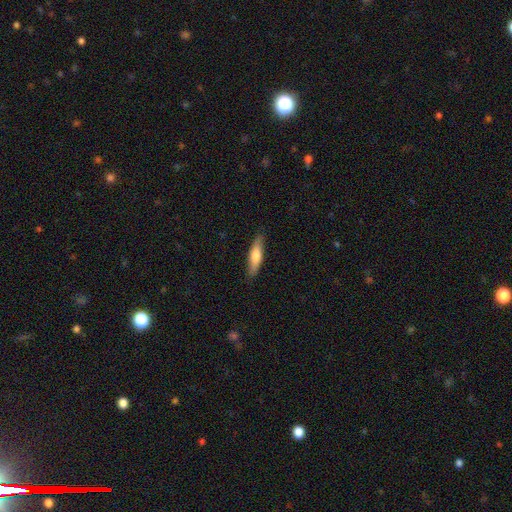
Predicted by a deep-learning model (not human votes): smooth_or_featured: smooth (p=0.69) [alt: featured or disk p=0.25]
how_rounded: cigar-shaped (p=0.70) [alt: in between p=0.28]
merging: none (p=0.84) [alt: minor disturbance p=0.12]